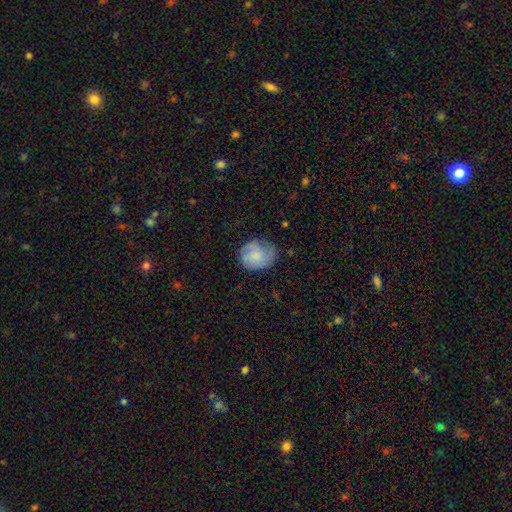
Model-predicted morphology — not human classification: Q: Smooth or featured?
A: smooth (66%); runner-up: featured or disk (27%)
Q: How rounded?
A: round (68%); runner-up: in between (31%)
Q: Merging?
A: none (62%); runner-up: minor disturbance (27%)